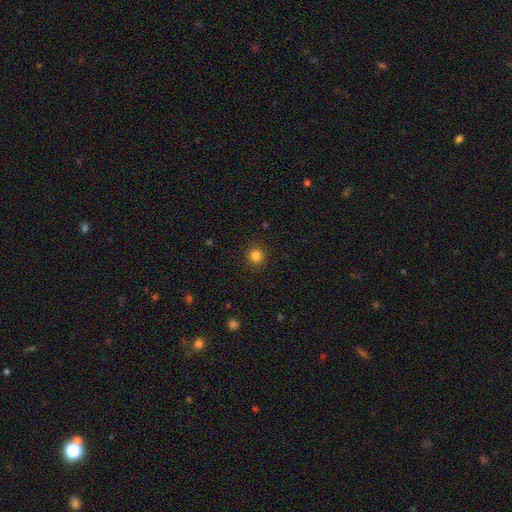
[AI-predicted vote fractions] The model was most divided on "smooth or featured": smooth: 83%, star or artifact: 13%, featured or disk: 4%. More confident: how rounded — round (91%); merging — none (90%).